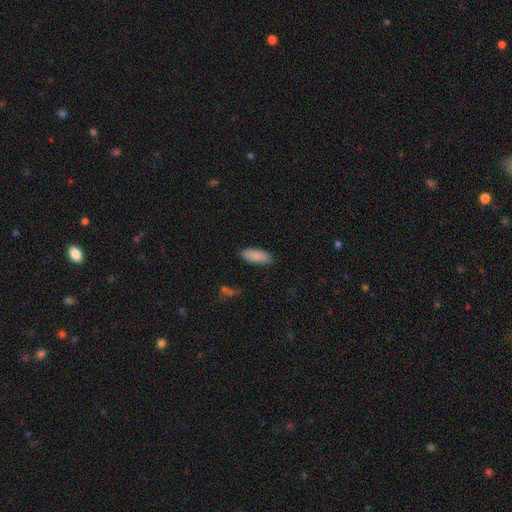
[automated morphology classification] A smooth galaxy with no disk features (88%) that is in between round and cigar-shaped (76%).

Vote fractions:
- Smooth or featured? smooth: 88% / star or artifact: 6% / featured or disk: 6%
- How rounded? in between: 76% / cigar-shaped: 22% / round: 2%
- Merging? none: 87% / minor disturbance: 10% / major disturbance: 2% / merger: 1%